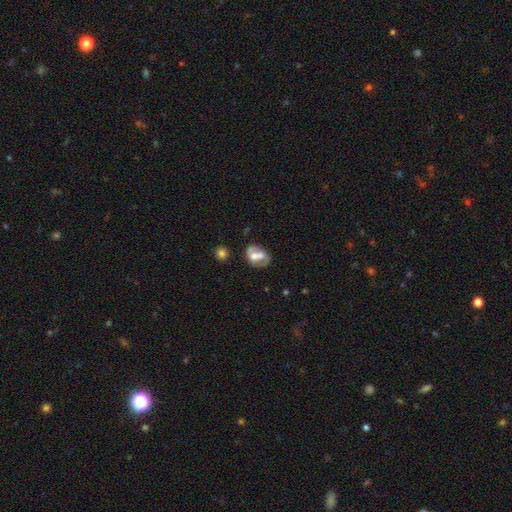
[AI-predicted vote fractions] smooth-or-featured: featured or disk: 48% | smooth: 44% | star or artifact: 8%
  merging: none: 37% | merger: 32% | minor disturbance: 19% | major disturbance: 12%